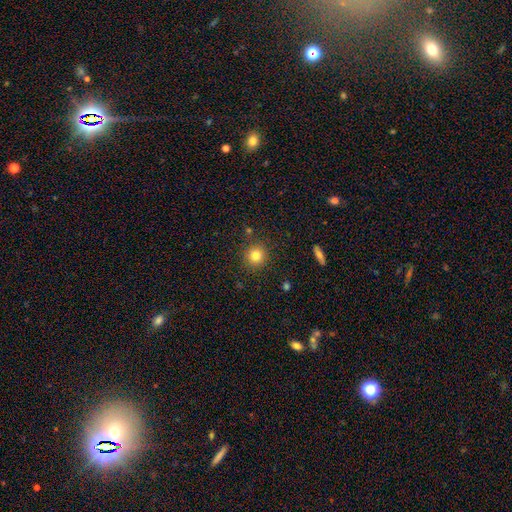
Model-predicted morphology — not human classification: The model was most divided on "smooth or featured": smooth: 81%, star or artifact: 12%, featured or disk: 7%. More confident: how rounded — round (91%); merging — none (88%).